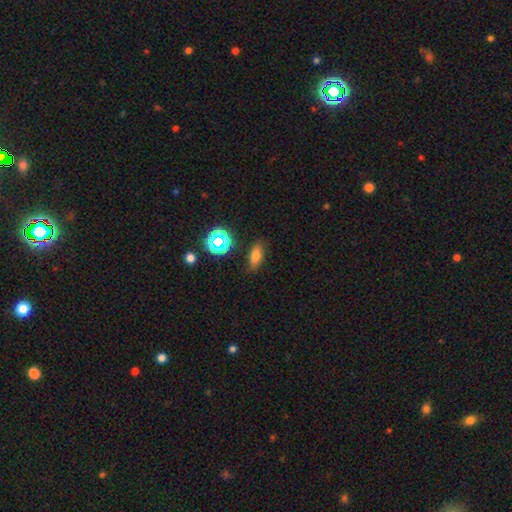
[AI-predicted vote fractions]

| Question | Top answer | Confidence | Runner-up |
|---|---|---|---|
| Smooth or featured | smooth | 69% | star or artifact (17%) |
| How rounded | in between | 76% | cigar-shaped (16%) |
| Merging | none | 83% | minor disturbance (12%) |